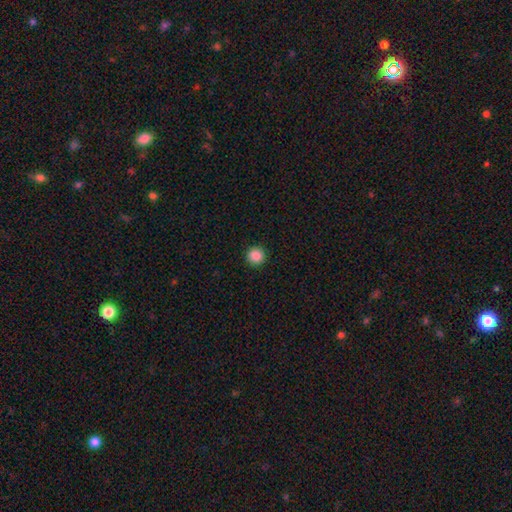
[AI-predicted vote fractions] smooth-or-featured: smooth: 87% | star or artifact: 10% | featured or disk: 3%
  how-rounded: round: 95% | in between: 4% | cigar-shaped: 1%
  merging: none: 93% | minor disturbance: 5% | major disturbance: 2% | merger: 1%